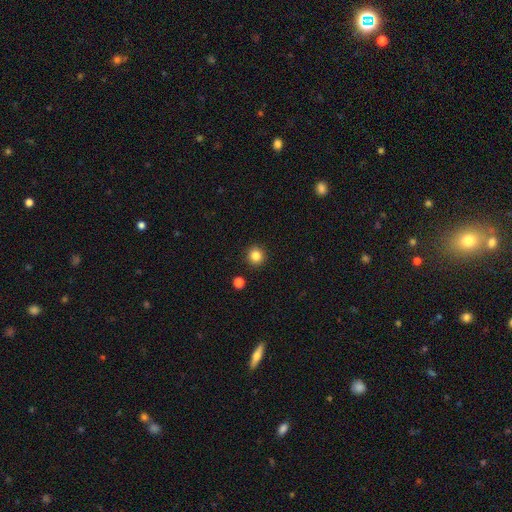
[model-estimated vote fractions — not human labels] smooth_or_featured: smooth (p=0.84) [alt: star or artifact p=0.11]
how_rounded: round (p=0.94) [alt: in between p=0.05]
merging: none (p=0.92) [alt: minor disturbance p=0.05]